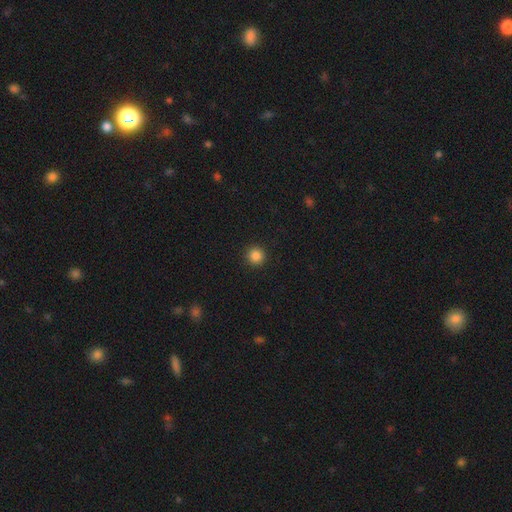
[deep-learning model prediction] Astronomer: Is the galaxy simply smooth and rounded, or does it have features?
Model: smooth — 86%.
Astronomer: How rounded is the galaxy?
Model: round — 95%.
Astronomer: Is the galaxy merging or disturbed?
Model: none — 93%.